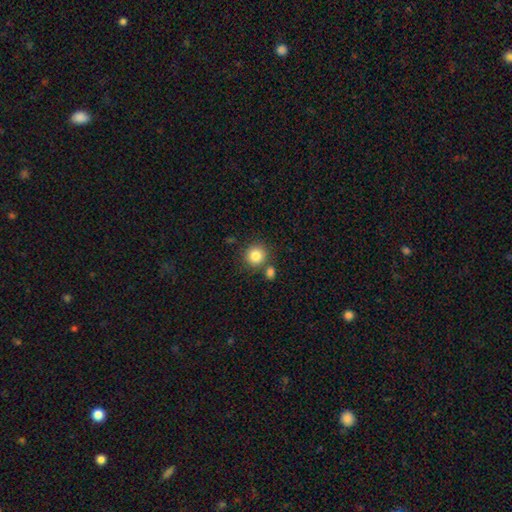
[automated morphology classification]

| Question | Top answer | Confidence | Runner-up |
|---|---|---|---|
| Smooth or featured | smooth | 84% | star or artifact (10%) |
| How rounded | round | 92% | in between (7%) |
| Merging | none | 76% | merger (13%) |